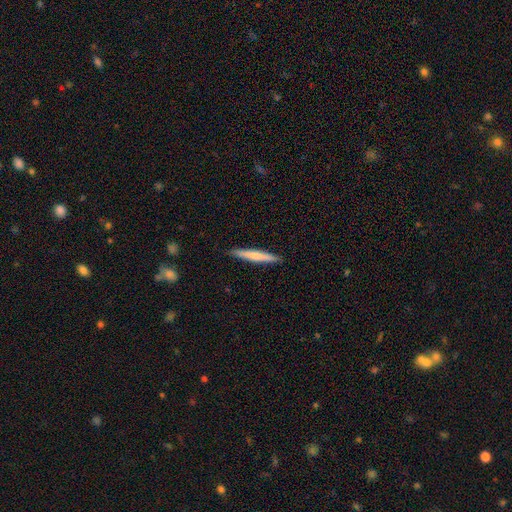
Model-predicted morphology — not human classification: smooth_or_featured: smooth (p=0.63) [alt: featured or disk p=0.32]
how_rounded: cigar-shaped (p=0.95) [alt: in between p=0.03]
merging: none (p=0.91) [alt: minor disturbance p=0.06]